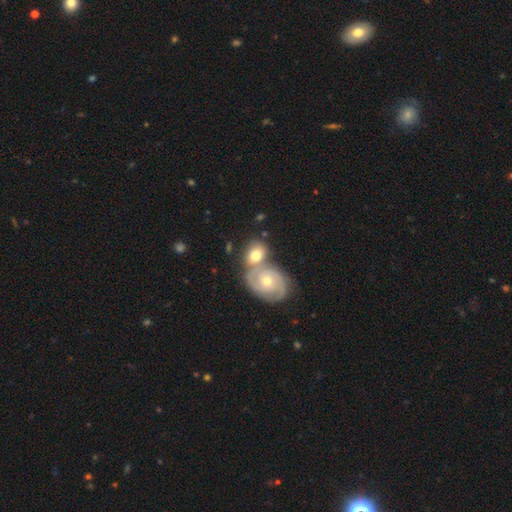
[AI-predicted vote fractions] featured or disk 49%, smooth 43%, star or artifact 8%. Down the decision tree: merging — merger (50%).